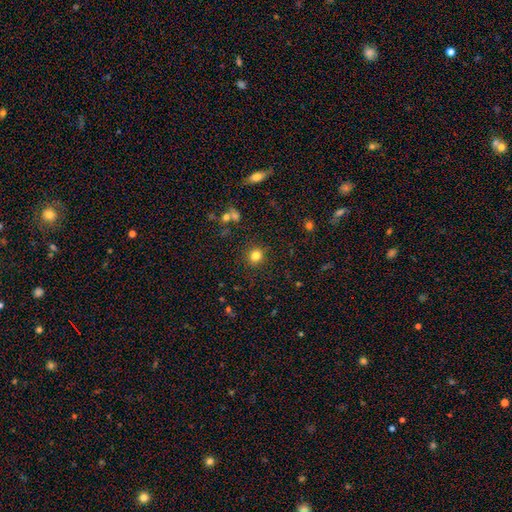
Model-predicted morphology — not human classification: This appears to be a smooth galaxy with no disk features (81%) that is round (89%). Merging: none (89%).